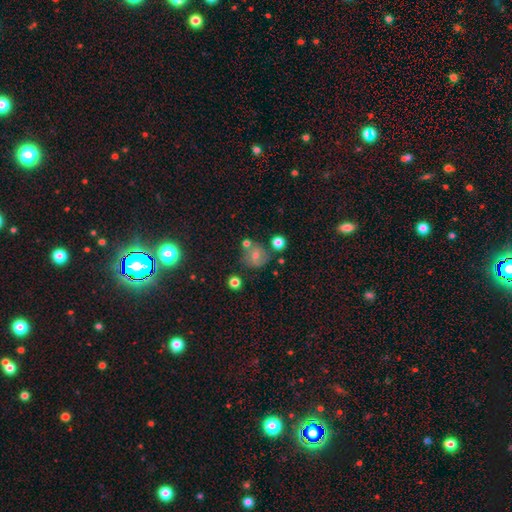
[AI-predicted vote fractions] This appears to be a smooth galaxy with no disk features (59%) that is round (84%). Merging: none (68%).